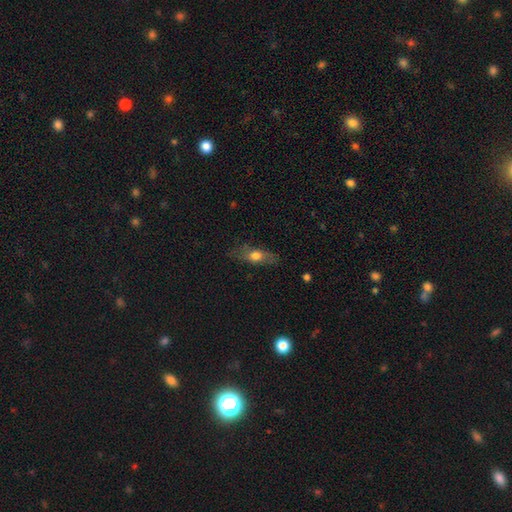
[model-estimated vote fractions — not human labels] Q: Smooth or featured?
A: smooth (61%); runner-up: featured or disk (31%)
Q: How rounded?
A: in between (63%); runner-up: cigar-shaped (30%)
Q: Merging?
A: none (71%); runner-up: minor disturbance (20%)